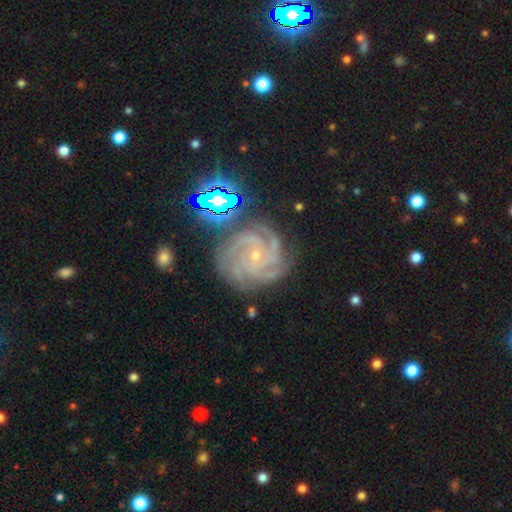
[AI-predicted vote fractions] This appears to be a featured or disk galaxy (87%) with no bar (70%), 4 (42%) tight (68%) spiral arms (98%) and a small central bulge (84%). Merging: none (75%).